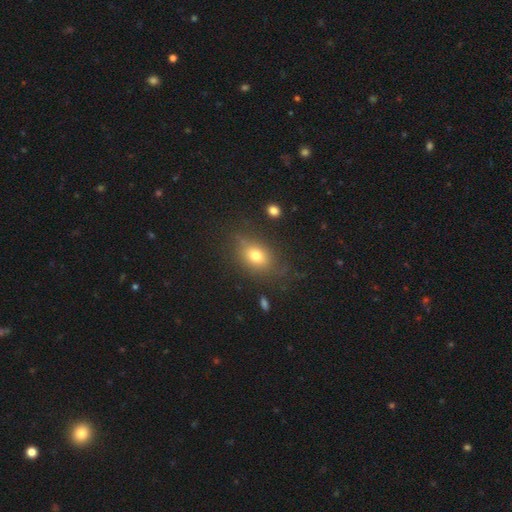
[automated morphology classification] This appears to be a smooth galaxy with no disk features (74%) that is in between round and cigar-shaped (67%). Merging: none (72%).